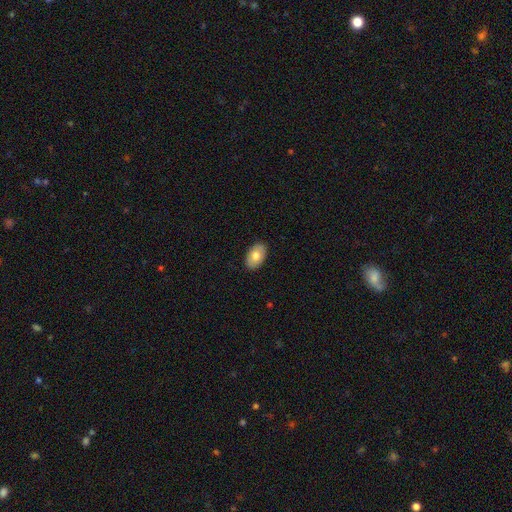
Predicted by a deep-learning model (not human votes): smooth 79%, featured or disk 15%, star or artifact 6%. Down the decision tree: how rounded — in between (92%); merging — none (89%).